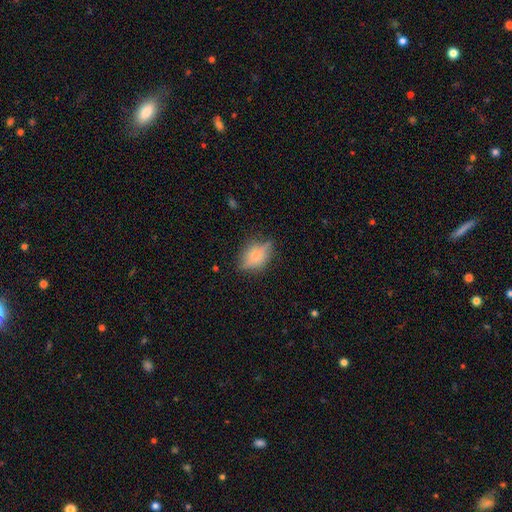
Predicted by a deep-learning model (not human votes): The model was most divided on "smooth or featured": smooth: 55%, featured or disk: 33%, star or artifact: 12%. More confident: how rounded — in between (70%); merging — none (69%).